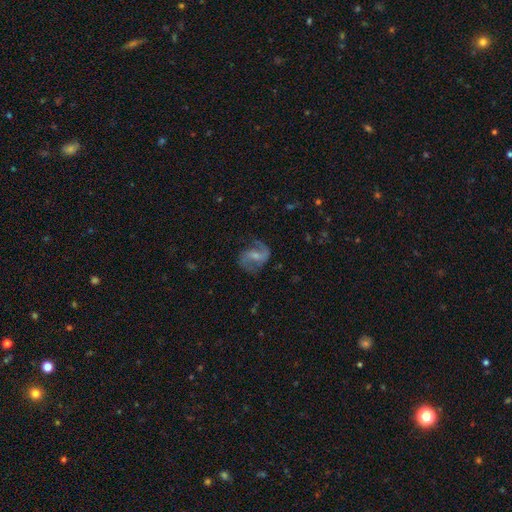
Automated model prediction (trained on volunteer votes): Morphology: type=featured or disk (81%); edge-on=no (98%); bar=weak (50%); spiral arms=yes (94%); winding=medium (50%); arm count=2 (89%); bulge=small (47%); merging=none (71%).